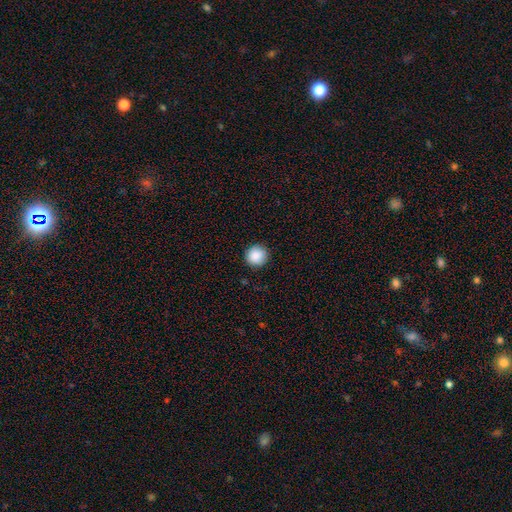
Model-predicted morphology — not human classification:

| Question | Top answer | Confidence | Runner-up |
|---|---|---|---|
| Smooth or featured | smooth | 88% | star or artifact (8%) |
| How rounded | round | 95% | in between (4%) |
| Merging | none | 90% | minor disturbance (7%) |